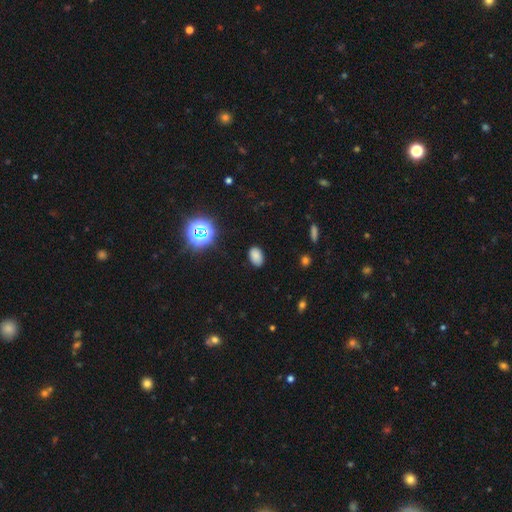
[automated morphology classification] smooth 77%, star or artifact 17%, featured or disk 6%. Down the decision tree: how rounded — in between (87%); merging — none (84%).